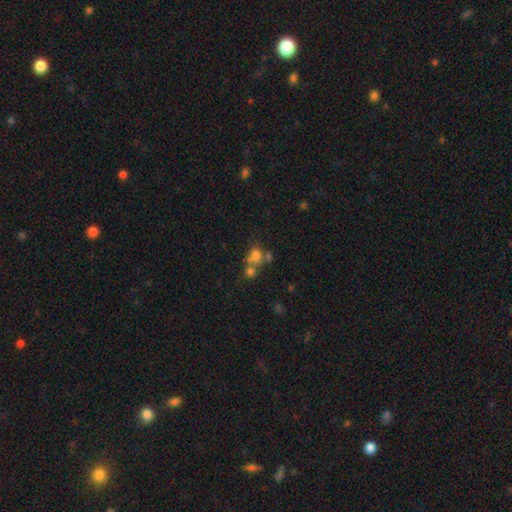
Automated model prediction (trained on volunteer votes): Smooth or featured: smooth — 65% (featured or disk — 18%)
How rounded: round — 75% (in between — 24%)
Merging: merger — 46% (none — 39%)